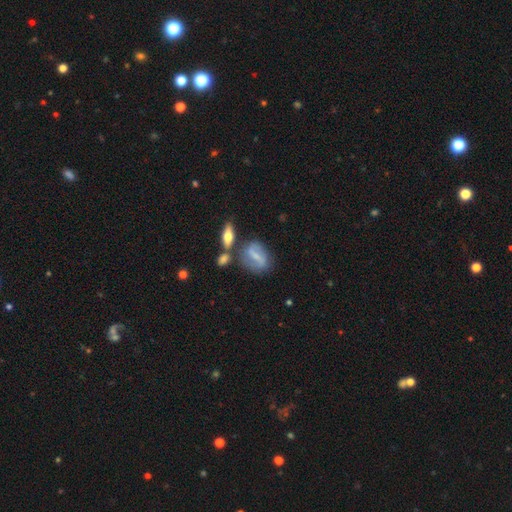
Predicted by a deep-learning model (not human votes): featured or disk 53%, smooth 39%, star or artifact 8%. Down the decision tree: edge-on disk — no (83%); merging — none (60%).